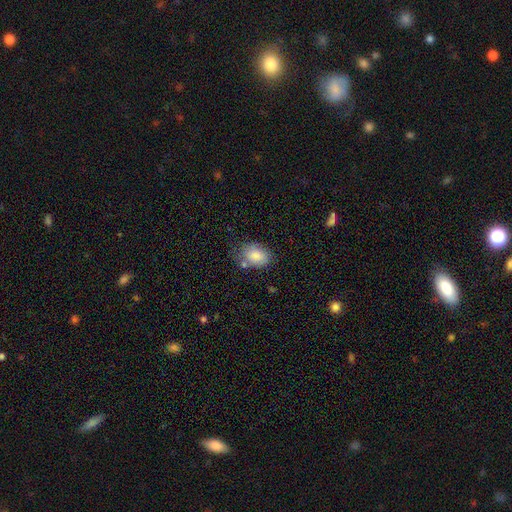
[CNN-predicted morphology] Smooth or featured: smooth — 83% (featured or disk — 10%)
How rounded: in between — 80% (round — 19%)
Merging: none — 62% (minor disturbance — 23%)